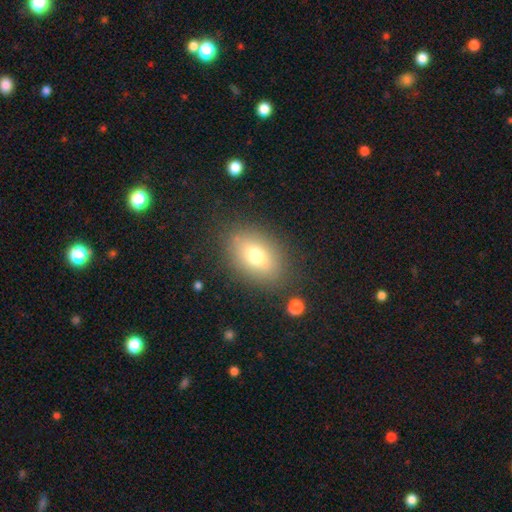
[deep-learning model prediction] Q: Smooth or featured?
A: smooth (71%); runner-up: featured or disk (18%)
Q: How rounded?
A: in between (79%); runner-up: round (19%)
Q: Merging?
A: none (80%); runner-up: minor disturbance (12%)